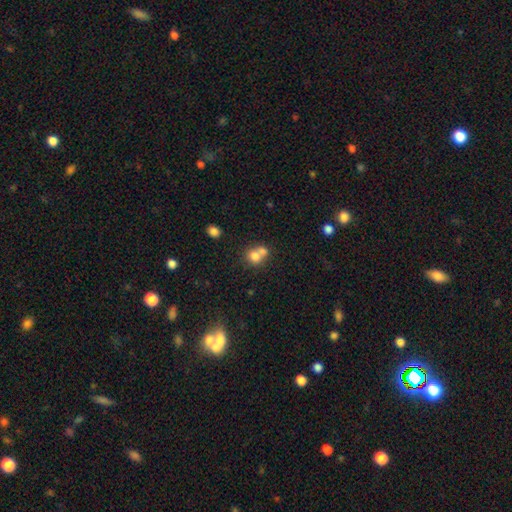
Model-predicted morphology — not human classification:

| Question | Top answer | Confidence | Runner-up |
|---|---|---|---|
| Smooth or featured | smooth | 75% | featured or disk (14%) |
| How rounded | round | 72% | in between (27%) |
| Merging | merger | 59% | none (30%) |